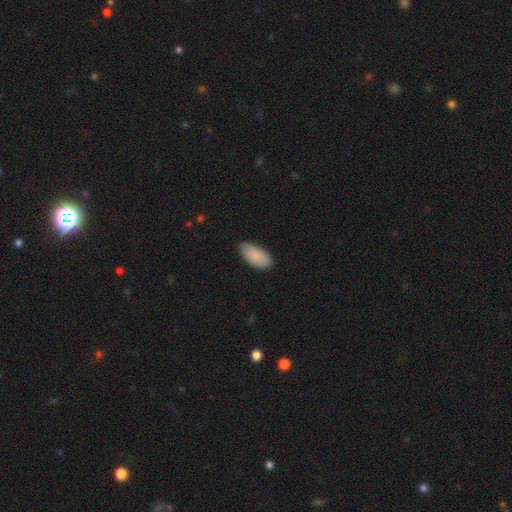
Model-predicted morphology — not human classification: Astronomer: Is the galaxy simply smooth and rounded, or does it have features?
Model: smooth — 87%.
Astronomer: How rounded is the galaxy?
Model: in between — 95%.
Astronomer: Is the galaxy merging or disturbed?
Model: none — 78%.